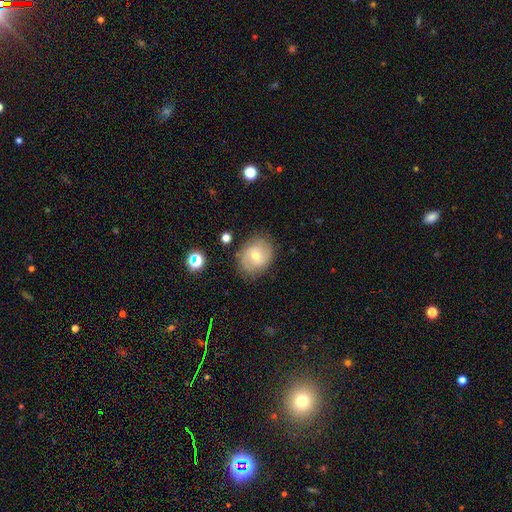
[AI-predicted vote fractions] A featured or disk galaxy (60%) with a weak bar (46%), spiral arms (84%) and a moderate central bulge (54%).

Vote fractions:
- Smooth or featured? featured or disk: 60% / smooth: 32% / star or artifact: 8%
- Edge-on disk? no: 97% / yes: 3%
- Bar? weak: 46% / no: 44% / strong: 9%
- Spiral arms? yes: 84% / no: 16%
- Bulge size? moderate: 54% / small: 42% / large: 2% / none: 1% / dominant: 1%
- Merging? none: 80% / minor disturbance: 14% / major disturbance: 4% / merger: 2%